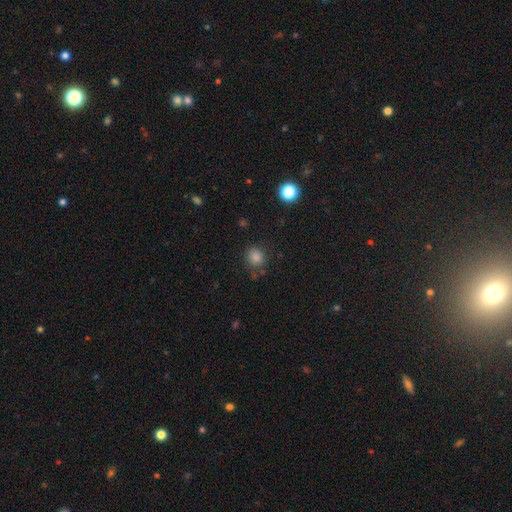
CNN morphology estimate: This appears to be a smooth galaxy with no disk features (81%) that is round (80%). Merging: none (77%).